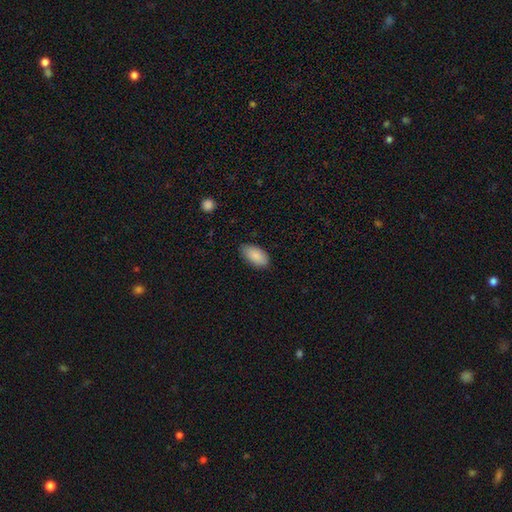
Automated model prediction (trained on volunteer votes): Morphology: type=smooth (87%); roundness=in between (94%); merging=none (83%).